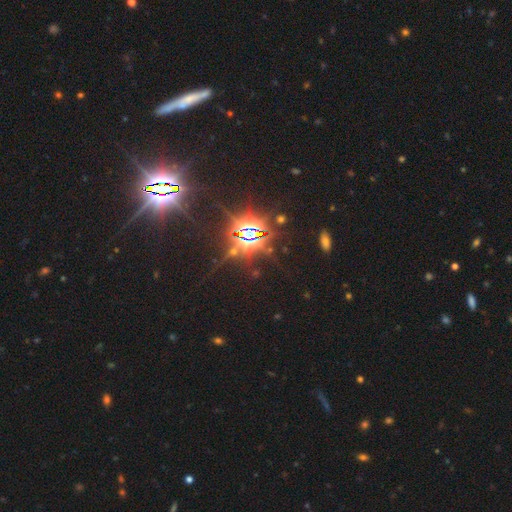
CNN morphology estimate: smooth-or-featured: star or artifact: 84% | smooth: 9% | featured or disk: 7%